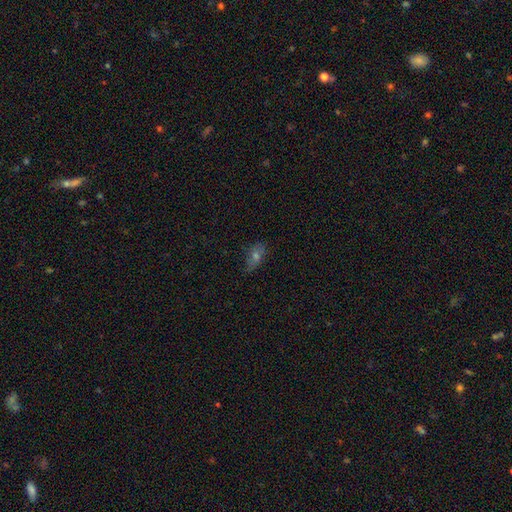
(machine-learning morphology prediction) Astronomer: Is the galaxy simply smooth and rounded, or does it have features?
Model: smooth — 47% (runner-up: featured or disk, 33%).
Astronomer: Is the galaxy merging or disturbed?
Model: none — 68%.